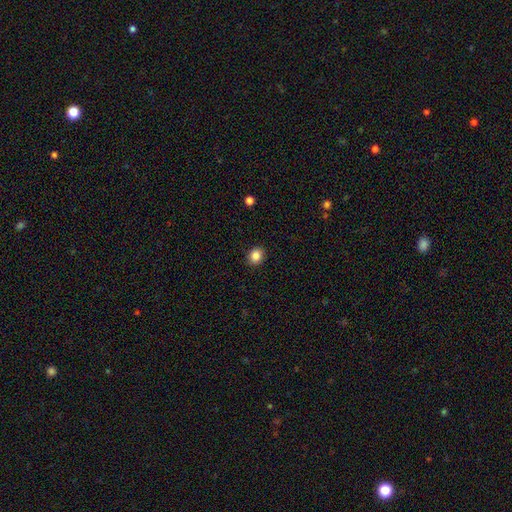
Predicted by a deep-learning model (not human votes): A smooth galaxy with no disk features (85%) that is round (76%).

Vote fractions:
- Smooth or featured? smooth: 85% / star or artifact: 10% / featured or disk: 5%
- How rounded? round: 76% / in between: 23% / cigar-shaped: 1%
- Merging? none: 91% / minor disturbance: 6% / major disturbance: 2% / merger: 1%